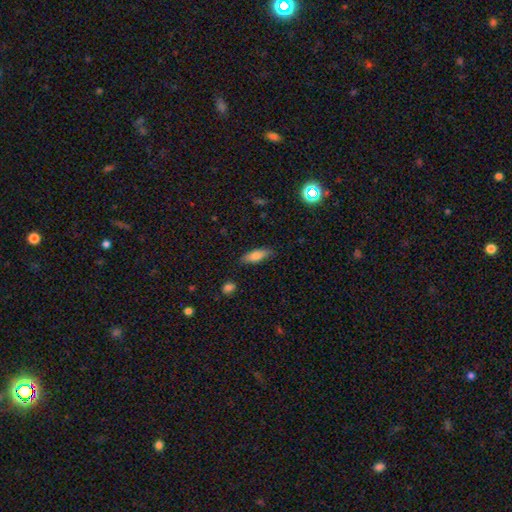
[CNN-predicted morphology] smooth-or-featured: smooth: 77% | featured or disk: 16% | star or artifact: 8%
  how-rounded: in between: 64% | cigar-shaped: 34% | round: 2%
  merging: none: 83% | minor disturbance: 13% | major disturbance: 3% | merger: 2%